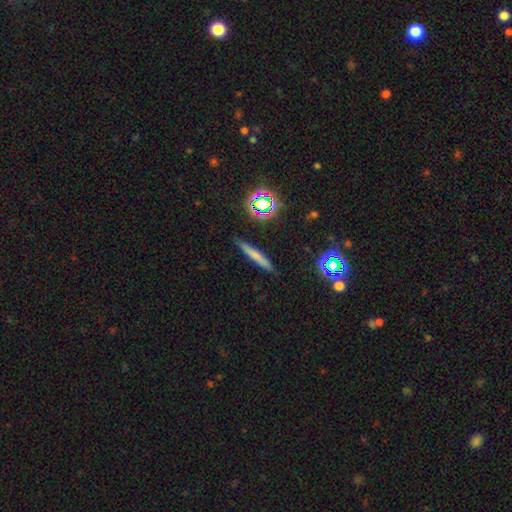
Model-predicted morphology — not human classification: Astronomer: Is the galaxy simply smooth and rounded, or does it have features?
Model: smooth — 62%.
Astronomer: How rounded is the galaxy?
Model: cigar-shaped — 93%.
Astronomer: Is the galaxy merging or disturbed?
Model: none — 88%.